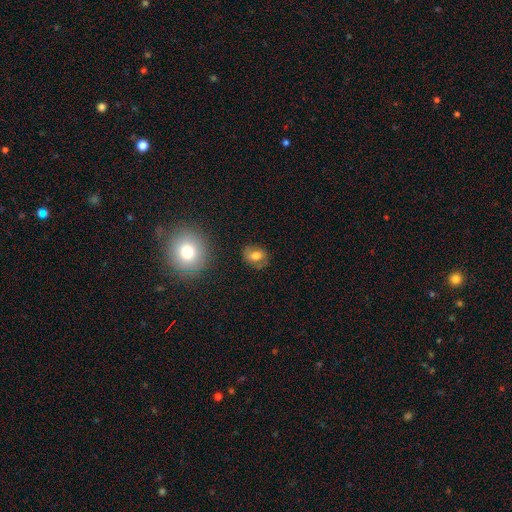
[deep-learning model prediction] This is likely a smooth galaxy (68%). How rounded: possibly in between (52%). Merging: likely none (75%).